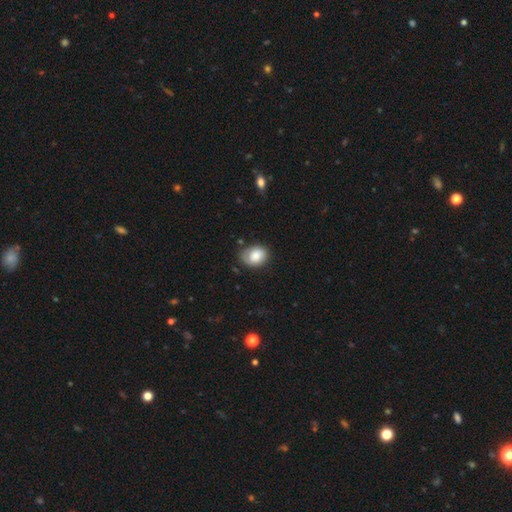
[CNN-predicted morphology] Overall: smooth (77%). How rounded: in between (59%; round 40%). Merging: none (64%; minor disturbance 26%).